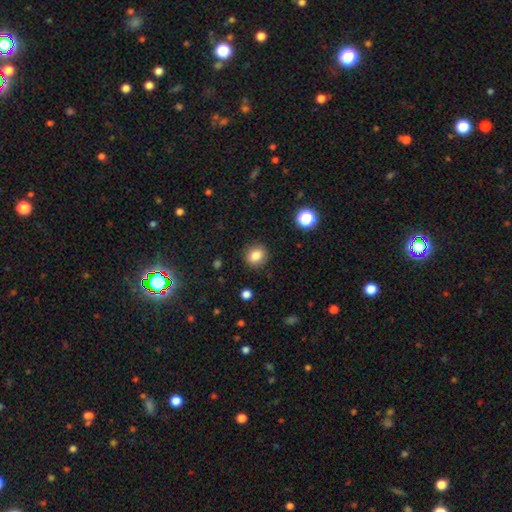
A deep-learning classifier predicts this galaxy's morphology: Smooth or featured: smooth — 83% (star or artifact — 11%)
How rounded: round — 74% (in between — 25%)
Merging: none — 89% (minor disturbance — 8%)